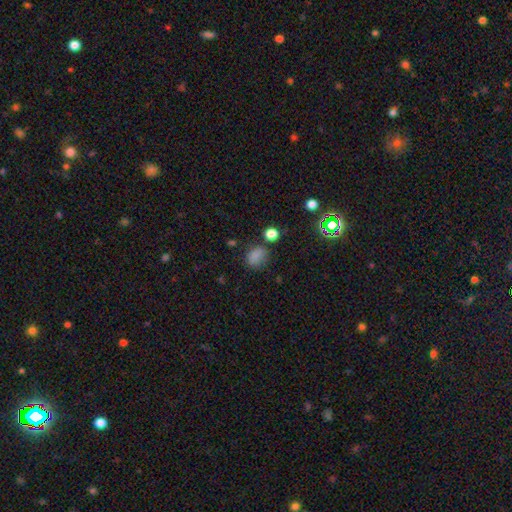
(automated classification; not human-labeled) smooth_or_featured: smooth (p=0.75) [alt: star or artifact p=0.19]
how_rounded: in between (p=0.56) [alt: round p=0.42]
merging: none (p=0.60) [alt: minor disturbance p=0.24]